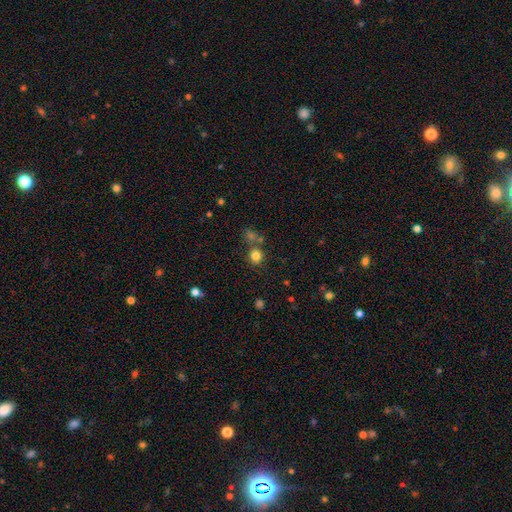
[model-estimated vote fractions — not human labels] Smooth or featured?
  - smooth: 79% *
  - star or artifact: 14%
  - featured or disk: 6%
How rounded?
  - round: 86% *
  - in between: 13%
  - cigar-shaped: 1%
Merging?
  - none: 69% *
  - merger: 18%
  - minor disturbance: 9%
  - major disturbance: 4%